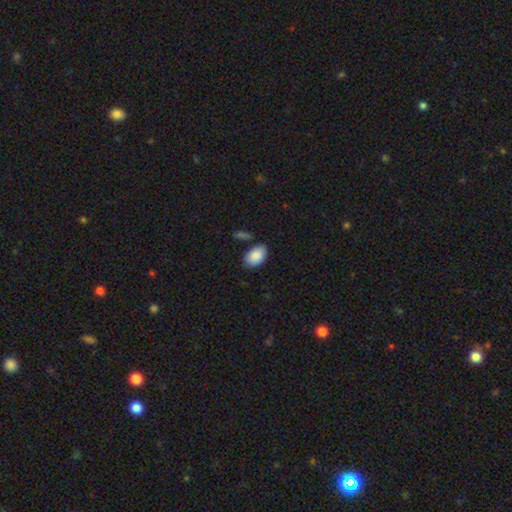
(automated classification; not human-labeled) A smooth galaxy with no disk features (88%) that is in between round and cigar-shaped (92%).

Vote fractions:
- Smooth or featured? smooth: 88% / star or artifact: 6% / featured or disk: 6%
- How rounded? in between: 92% / round: 6% / cigar-shaped: 1%
- Merging? none: 78% / minor disturbance: 14% / merger: 5% / major disturbance: 3%